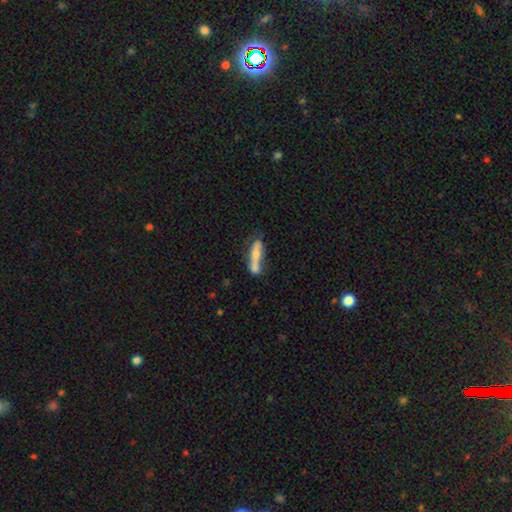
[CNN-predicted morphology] smooth 60%, featured or disk 33%, star or artifact 7%. Down the decision tree: how rounded — cigar-shaped (74%); merging — none (44%).